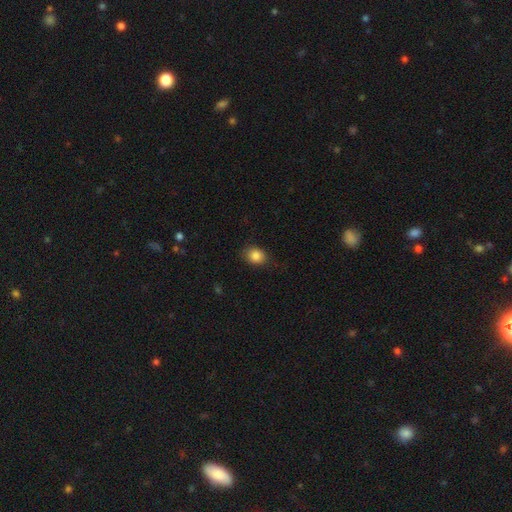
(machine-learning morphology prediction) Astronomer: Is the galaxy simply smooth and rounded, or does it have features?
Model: smooth — 86%.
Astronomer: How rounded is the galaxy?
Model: round — 51% (runner-up: in between, 48%).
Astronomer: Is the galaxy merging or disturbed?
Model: none — 81%.